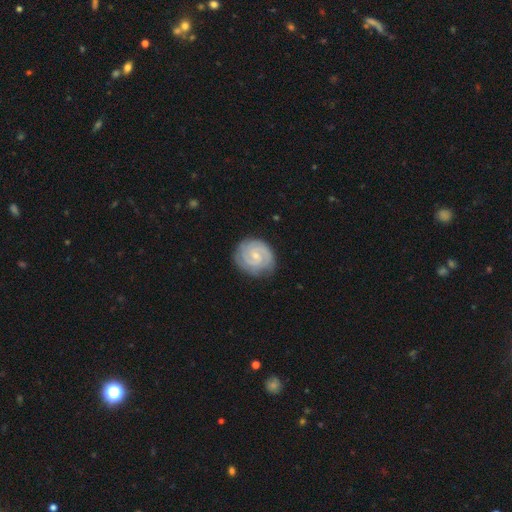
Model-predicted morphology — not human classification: The model was most divided on "bar": no: 51%, weak: 41%, strong: 8%. More confident: edge-on disk — no (98%); spiral arms — yes (97%); smooth or featured — featured or disk (85%); merging — none (82%); spiral winding — tight (75%); bulge size — small (71%); spiral arm count — 2 (64%).